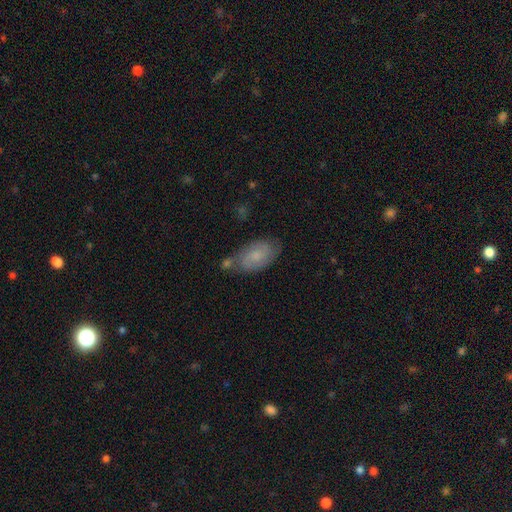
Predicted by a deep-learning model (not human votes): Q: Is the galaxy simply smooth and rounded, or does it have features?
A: smooth — 51%.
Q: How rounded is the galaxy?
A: in between — 89%.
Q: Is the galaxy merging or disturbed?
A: none — 58%.